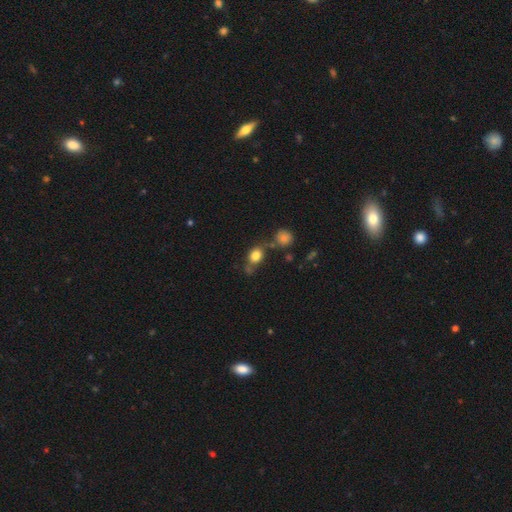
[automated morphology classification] Q: Smooth or featured?
A: smooth (80%); runner-up: star or artifact (11%)
Q: How rounded?
A: in between (55%); runner-up: round (42%)
Q: Merging?
A: none (61%); runner-up: minor disturbance (18%)